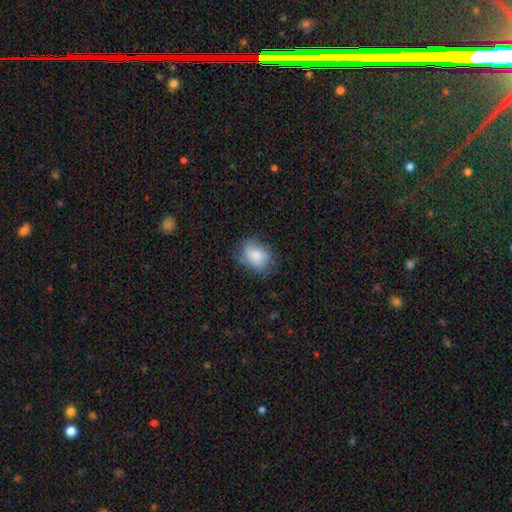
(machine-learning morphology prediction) smooth-or-featured: smooth: 73% | featured or disk: 20% | star or artifact: 8%
  how-rounded: in between: 66% | round: 33% | cigar-shaped: 1%
  merging: none: 63% | minor disturbance: 26% | major disturbance: 10% | merger: 1%